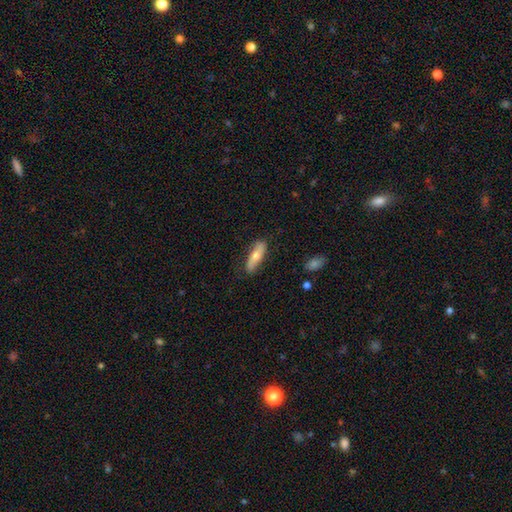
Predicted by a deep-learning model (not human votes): smooth-or-featured: smooth: 55% | featured or disk: 39% | star or artifact: 6%
  how-rounded: cigar-shaped: 61% | in between: 36% | round: 3%
  merging: none: 82% | minor disturbance: 14% | major disturbance: 3% | merger: 1%